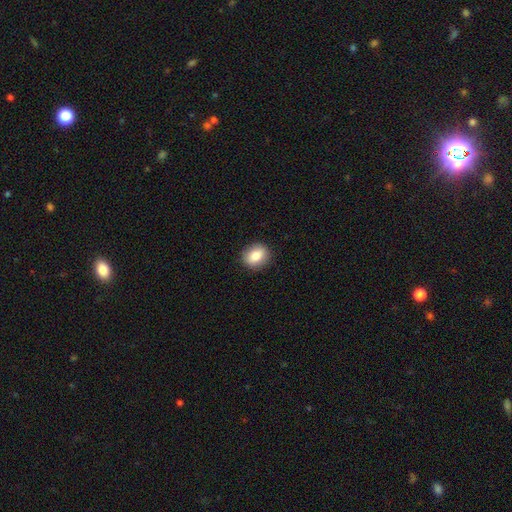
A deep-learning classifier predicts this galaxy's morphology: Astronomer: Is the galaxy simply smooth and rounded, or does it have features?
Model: smooth — 79%.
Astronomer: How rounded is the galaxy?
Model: round — 65%.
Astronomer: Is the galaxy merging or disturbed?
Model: none — 90%.